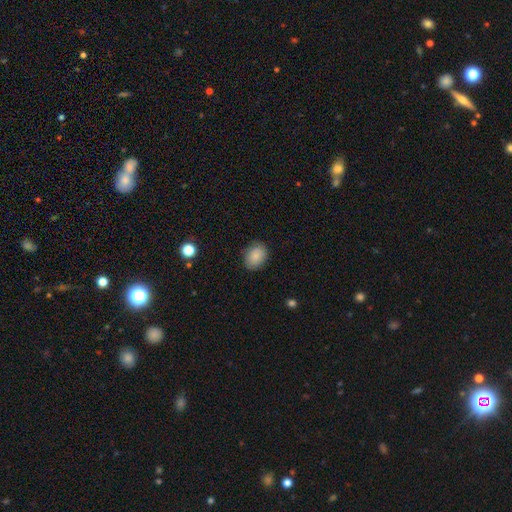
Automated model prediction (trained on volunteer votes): Overall: smooth (86%). How rounded: in between (63%; round 36%). Merging: none (84%).